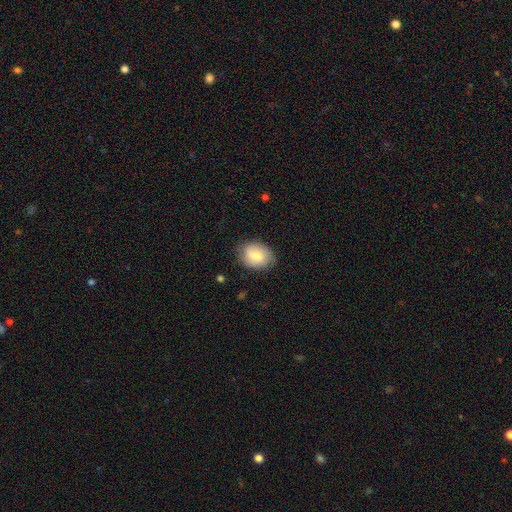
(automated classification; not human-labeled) Q: Smooth or featured?
A: smooth (73%); runner-up: featured or disk (20%)
Q: How rounded?
A: in between (73%); runner-up: round (26%)
Q: Merging?
A: none (78%); runner-up: minor disturbance (17%)